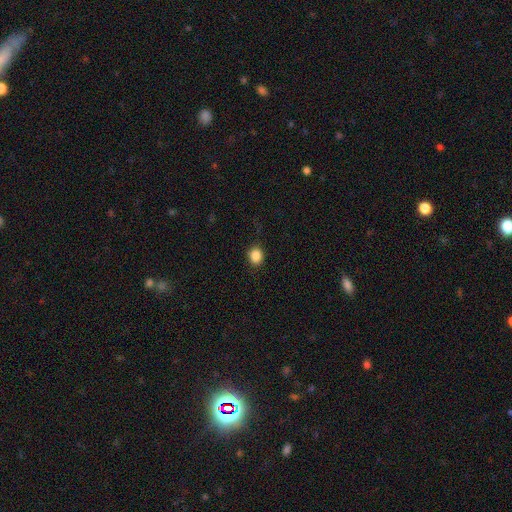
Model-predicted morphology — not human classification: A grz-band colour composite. It shows a smooth galaxy with no disk features (86%) that is round (64%). Merging: none (87%).